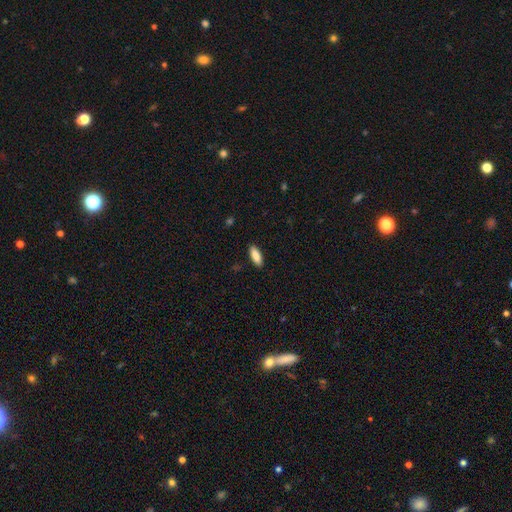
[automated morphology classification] This appears to be a smooth galaxy with no disk features (88%) that is in between round and cigar-shaped (69%). Merging: none (89%).